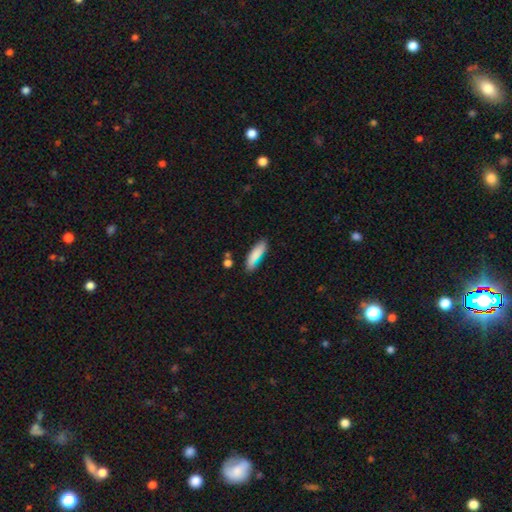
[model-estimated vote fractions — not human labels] Q: Smooth or featured?
A: smooth (83%); runner-up: featured or disk (10%)
Q: How rounded?
A: cigar-shaped (57%); runner-up: in between (41%)
Q: Merging?
A: none (77%); runner-up: minor disturbance (16%)